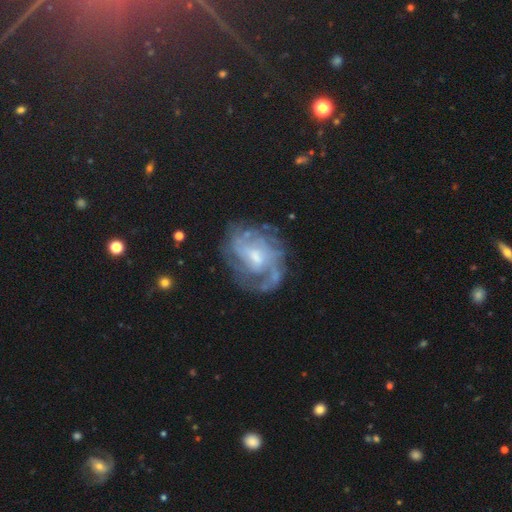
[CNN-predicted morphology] smooth-or-featured: featured or disk: 83% | smooth: 10% | star or artifact: 7%
  disk-edge-on: no: 97% | yes: 3%
    bar: no: 47% | weak: 45% | strong: 8%
    has-spiral-arms: yes: 89% | no: 11%
      spiral-winding: tight: 51% | medium: 36% | loose: 13%
      spiral-arm-count: can't tell: 43% | 2: 19% | 3: 16% | 4: 10% | 1: 7% | more than 4: 6%
    bulge-size: moderate: 49% | small: 38% | none: 6% | large: 6% | dominant: 1%
  merging: none: 67% | minor disturbance: 18% | major disturbance: 12% | merger: 2%